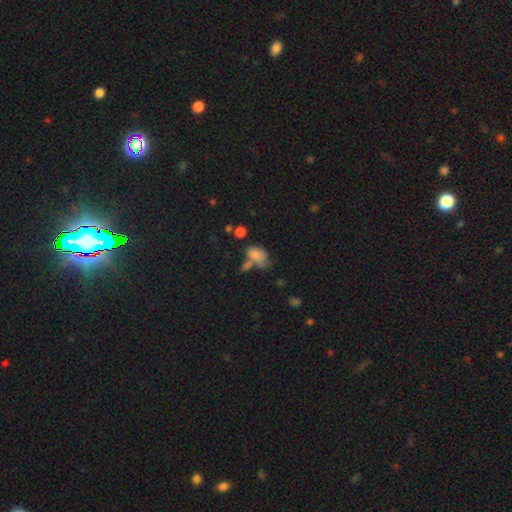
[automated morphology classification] The model was most divided on "merging": merger: 34%, none: 28%, minor disturbance: 21%, major disturbance: 17%. More confident: how rounded — in between (84%); smooth or featured — smooth (76%).